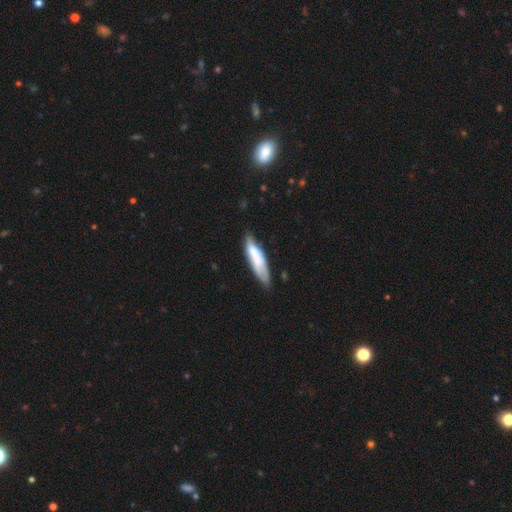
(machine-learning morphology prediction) Smooth or featured? smooth (66%)
How rounded? cigar-shaped (68%)
Merging? none (62%)